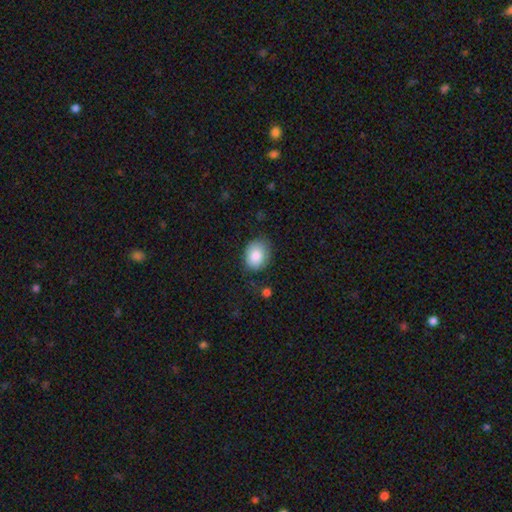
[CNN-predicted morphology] Smooth or featured: smooth — 86% (star or artifact — 7%)
How rounded: in between — 53% (round — 46%)
Merging: none — 74% (minor disturbance — 19%)